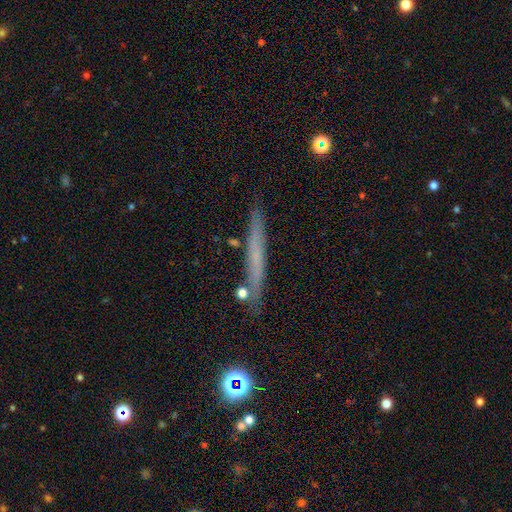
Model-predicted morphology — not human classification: smooth-or-featured: smooth: 46% | featured or disk: 42% | star or artifact: 12%
  merging: none: 86% | minor disturbance: 9% | merger: 3% | major disturbance: 2%